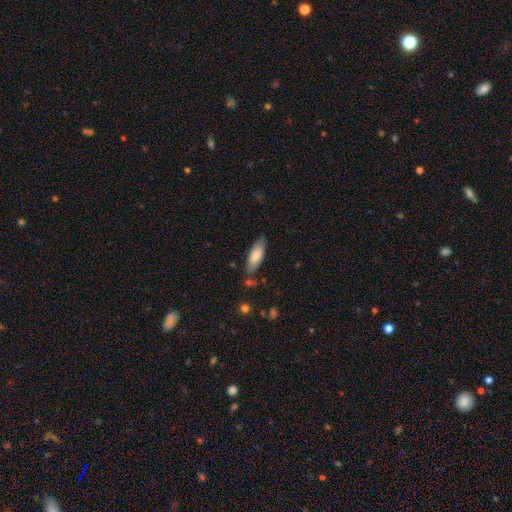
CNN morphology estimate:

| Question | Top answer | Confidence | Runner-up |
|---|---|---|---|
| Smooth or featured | smooth | 77% | featured or disk (17%) |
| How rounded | in between | 71% | cigar-shaped (27%) |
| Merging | none | 72% | minor disturbance (20%) |